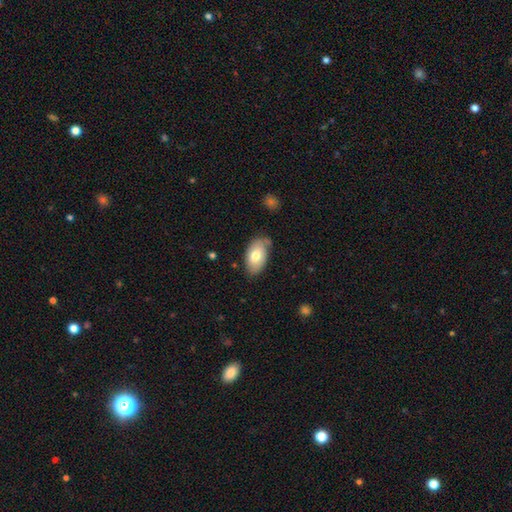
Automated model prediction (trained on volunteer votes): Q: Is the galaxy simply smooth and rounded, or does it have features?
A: smooth — 74%.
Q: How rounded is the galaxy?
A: in between — 94%.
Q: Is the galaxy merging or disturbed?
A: none — 69%.